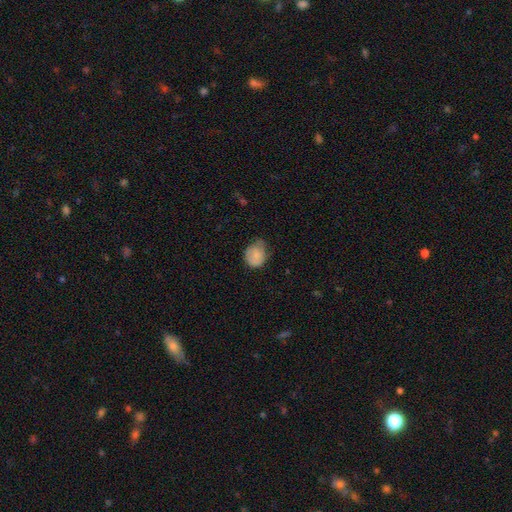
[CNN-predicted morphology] The model was most divided on "merging": minor disturbance: 43%, none: 42%, major disturbance: 13%, merger: 1%. More confident: smooth or featured — smooth (75%); how rounded — round (58%).